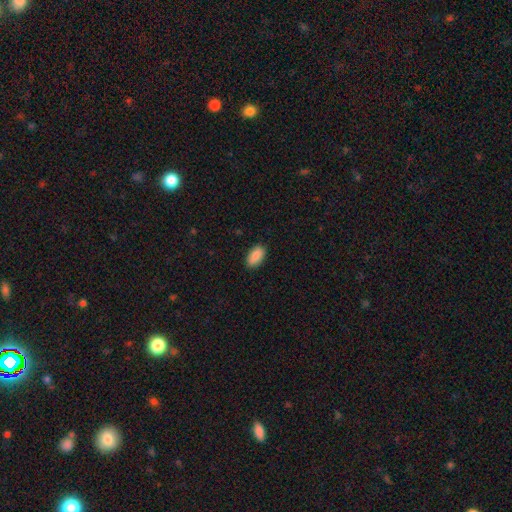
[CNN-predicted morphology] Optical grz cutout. It shows a smooth galaxy with no disk features (88%) that is in between round and cigar-shaped (93%). Merging: none (88%).